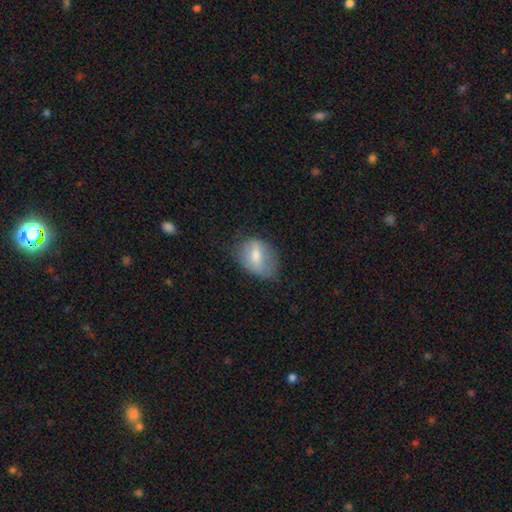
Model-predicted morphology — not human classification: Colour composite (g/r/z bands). It shows a smooth galaxy with no disk features (68%) that is in between round and cigar-shaped (75%). Merging: none (48%).